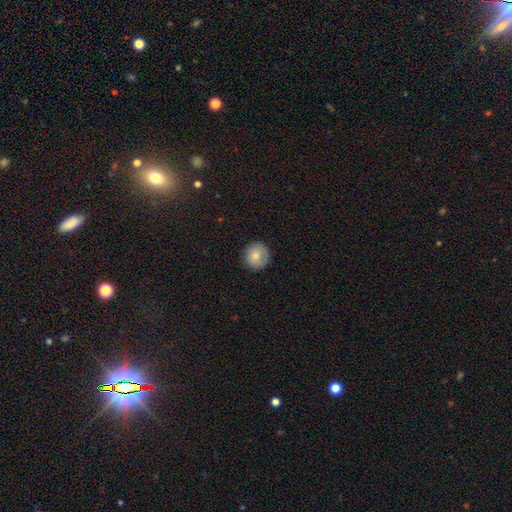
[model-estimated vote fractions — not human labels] The model was most divided on "smooth or featured": smooth: 83%, featured or disk: 9%, star or artifact: 8%. More confident: how rounded — round (94%); merging — none (89%).